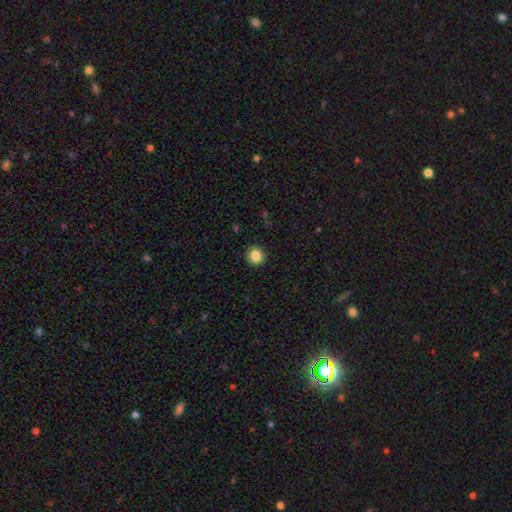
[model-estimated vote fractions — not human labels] smooth 86%, star or artifact 10%, featured or disk 5%. Down the decision tree: how rounded — round (91%); merging — none (91%).